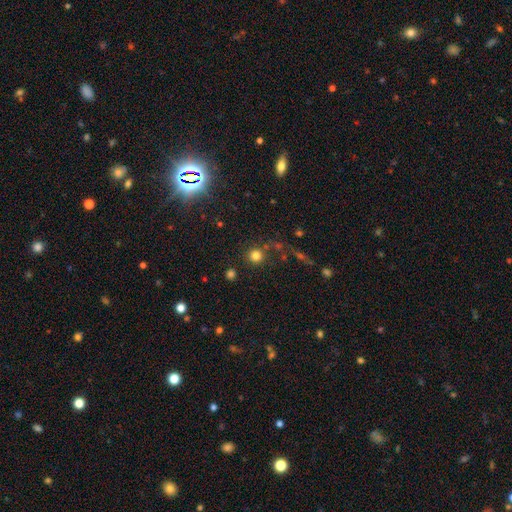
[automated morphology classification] This is likely a smooth galaxy (79%). How rounded: clearly round (93%). Merging: clearly none (81%).